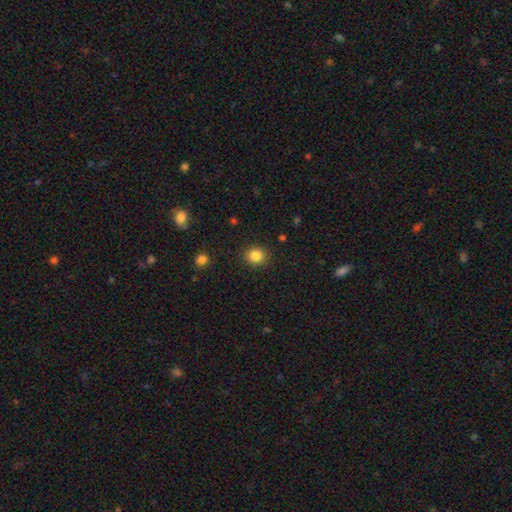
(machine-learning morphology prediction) Smooth or featured: smooth — 85% (star or artifact — 11%)
How rounded: round — 83% (in between — 16%)
Merging: none — 89% (minor disturbance — 7%)